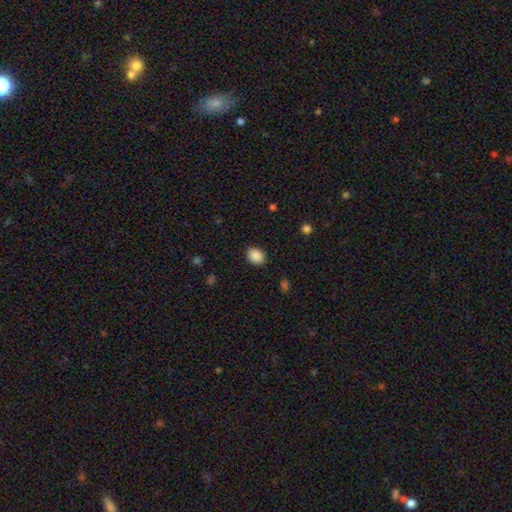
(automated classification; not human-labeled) Q: Smooth or featured?
A: smooth (89%); runner-up: star or artifact (8%)
Q: How rounded?
A: in between (63%); runner-up: round (36%)
Q: Merging?
A: none (88%); runner-up: minor disturbance (9%)